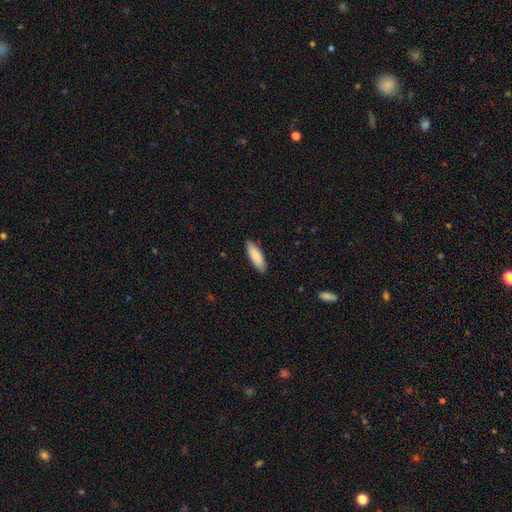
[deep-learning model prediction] smooth-or-featured: smooth: 88% | featured or disk: 7% | star or artifact: 5%
  how-rounded: in between: 59% | cigar-shaped: 39% | round: 1%
  merging: none: 88% | minor disturbance: 10% | major disturbance: 2% | merger: 1%